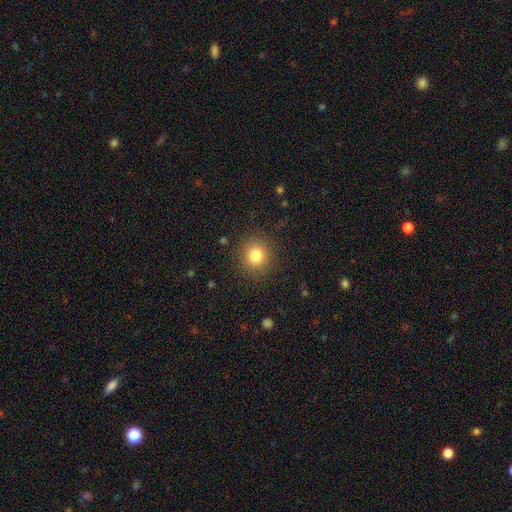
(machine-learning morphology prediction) Smooth or featured? smooth (81%)
How rounded? round (89%)
Merging? none (88%)